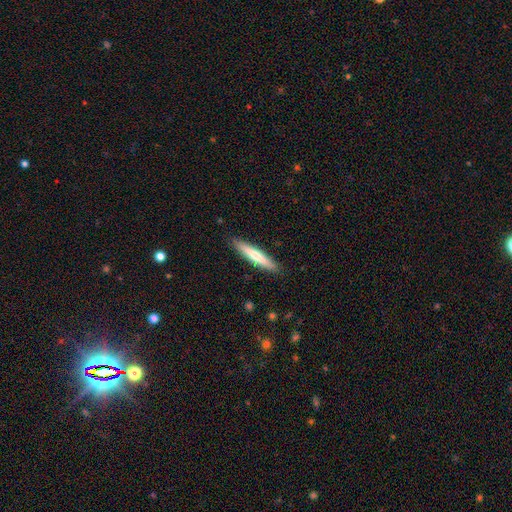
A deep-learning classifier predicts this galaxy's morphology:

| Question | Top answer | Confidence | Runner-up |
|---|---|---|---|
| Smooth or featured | smooth | 61% | featured or disk (34%) |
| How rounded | cigar-shaped | 92% | in between (7%) |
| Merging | none | 90% | minor disturbance (8%) |